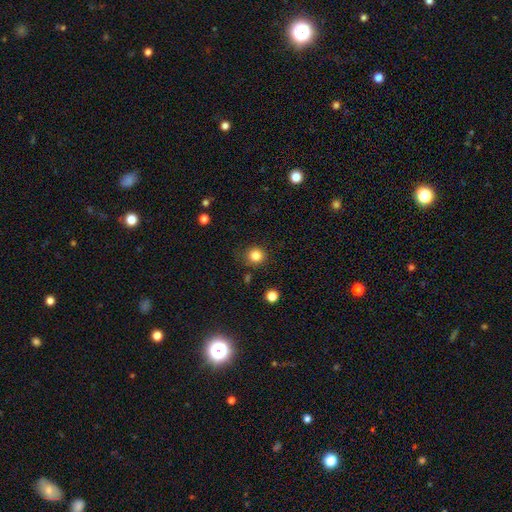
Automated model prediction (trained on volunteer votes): This is clearly a smooth galaxy (84%). How rounded: clearly round (88%). Merging: clearly none (81%).